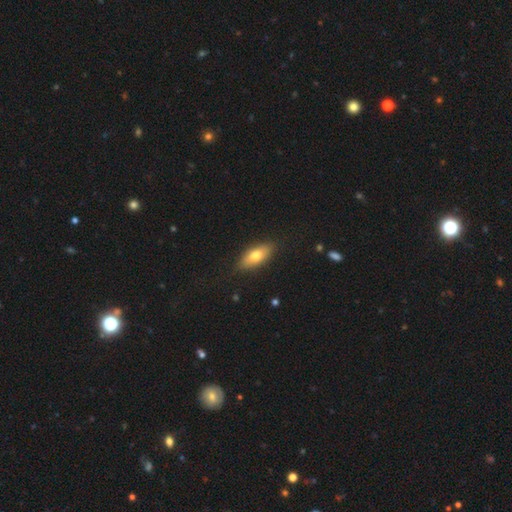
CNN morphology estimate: Smooth or featured?
  - smooth: 68% *
  - featured or disk: 26%
  - star or artifact: 7%
How rounded?
  - in between: 77% *
  - cigar-shaped: 19%
  - round: 4%
Merging?
  - none: 86% *
  - minor disturbance: 11%
  - major disturbance: 2%
  - merger: 1%